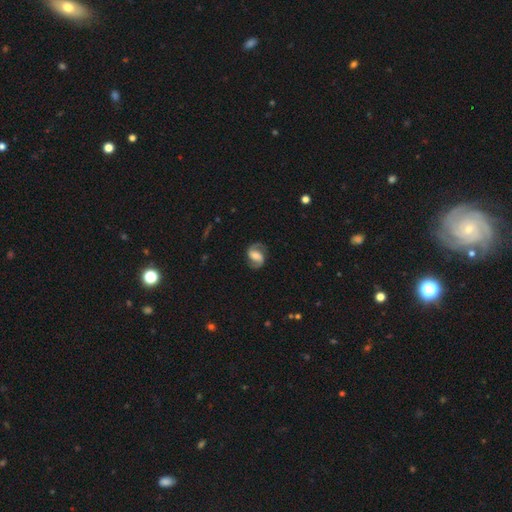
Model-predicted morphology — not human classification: Smooth or featured: featured or disk — 84% (smooth — 11%)
Edge-on disk: no — 98% (yes — 2%)
Bar: weak — 46% (strong — 30%)
Spiral arms: yes — 96% (no — 4%)
Spiral winding: medium — 53% (loose — 27%)
Spiral arm count: 2 — 93% (can't tell — 2%)
Bulge size: moderate — 41% (small — 25%)
Merging: none — 82% (minor disturbance — 12%)